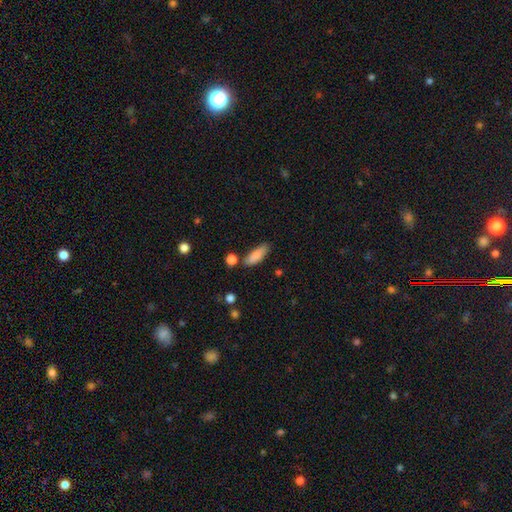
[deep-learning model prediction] A smooth galaxy with no disk features (86%) that is in between round and cigar-shaped (60%).

Vote fractions:
- Smooth or featured? smooth: 86% / featured or disk: 7% / star or artifact: 7%
- How rounded? in between: 60% / cigar-shaped: 38% / round: 2%
- Merging? none: 73% / minor disturbance: 17% / merger: 6% / major disturbance: 4%